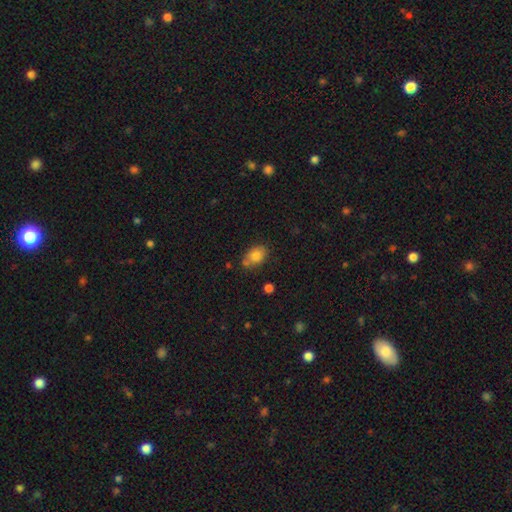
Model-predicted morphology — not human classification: Smooth or featured? smooth (80%)
How rounded? in between (74%)
Merging? none (68%)